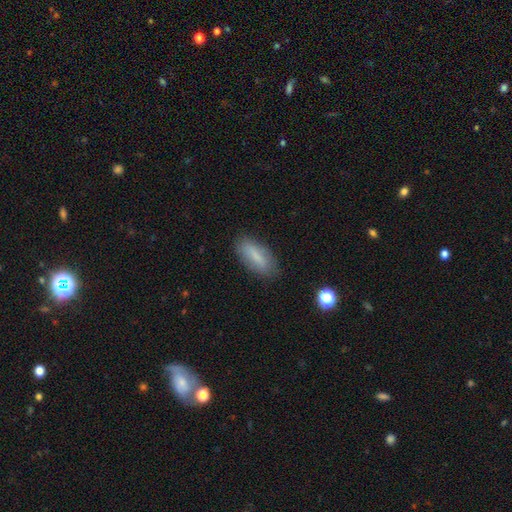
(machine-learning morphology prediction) The model was most divided on "how rounded": in between: 72%, cigar-shaped: 25%, round: 2%. More confident: merging — none (80%); smooth or featured — smooth (75%).